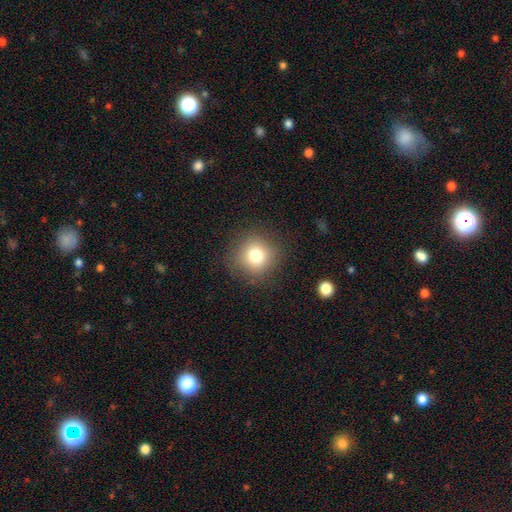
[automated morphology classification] Smooth or featured: smooth — 79% (star or artifact — 12%)
How rounded: round — 92% (in between — 7%)
Merging: none — 88% (minor disturbance — 8%)